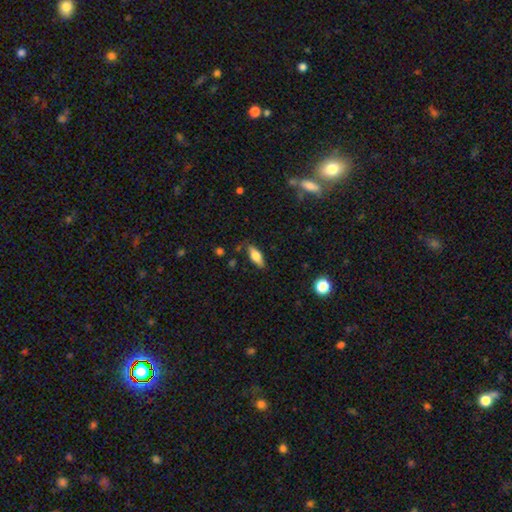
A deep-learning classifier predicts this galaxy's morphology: smooth-or-featured: smooth: 68% | featured or disk: 25% | star or artifact: 7%
  how-rounded: in between: 72% | cigar-shaped: 25% | round: 3%
  merging: none: 80% | minor disturbance: 15% | major disturbance: 3% | merger: 2%